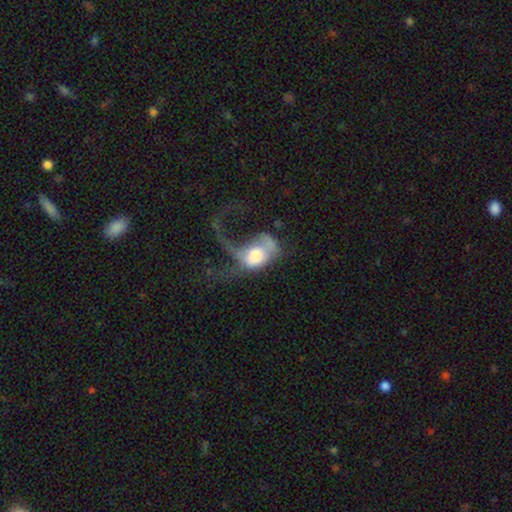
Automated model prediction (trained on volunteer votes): A smooth galaxy with no disk features (51%) that is in between round and cigar-shaped (69%). Merging: major disturbance (70%).